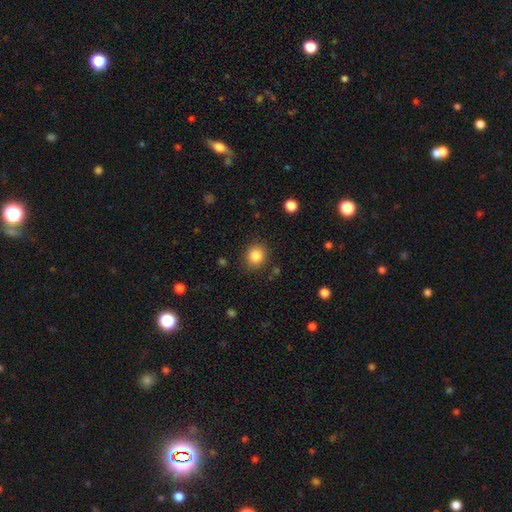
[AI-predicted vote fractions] Smooth or featured? smooth (85%)
How rounded? round (81%)
Merging? none (87%)